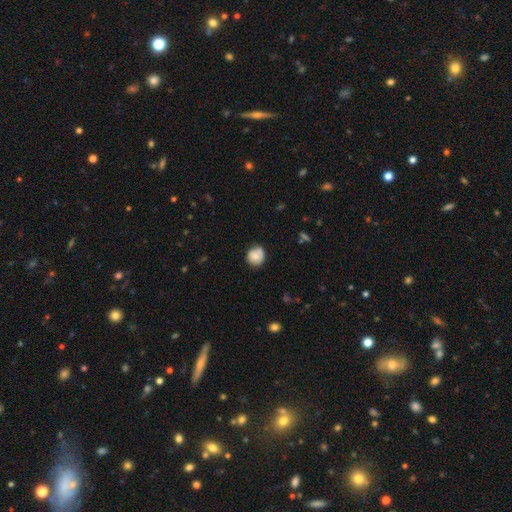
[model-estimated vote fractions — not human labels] smooth_or_featured: smooth (p=0.72) [alt: featured or disk p=0.19]
how_rounded: round (p=0.85) [alt: in between p=0.15]
merging: none (p=0.63) [alt: minor disturbance p=0.20]